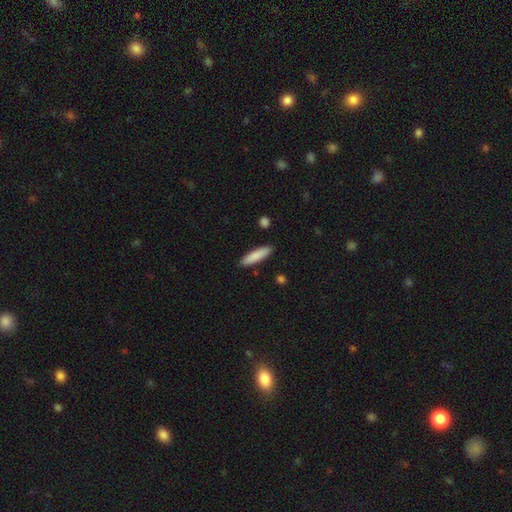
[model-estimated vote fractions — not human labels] Smooth or featured?
  - smooth: 86% *
  - featured or disk: 8%
  - star or artifact: 5%
How rounded?
  - cigar-shaped: 74% *
  - in between: 25%
  - round: 1%
Merging?
  - none: 89% *
  - minor disturbance: 8%
  - merger: 2%
  - major disturbance: 2%